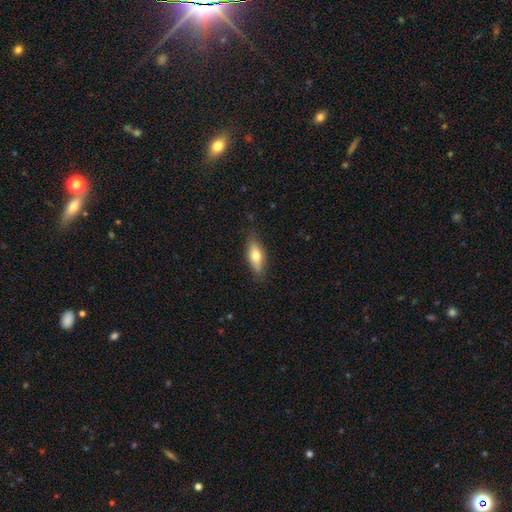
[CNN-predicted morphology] This is likely a smooth galaxy (67%). How rounded: likely in between (67%). Merging: likely none (79%).